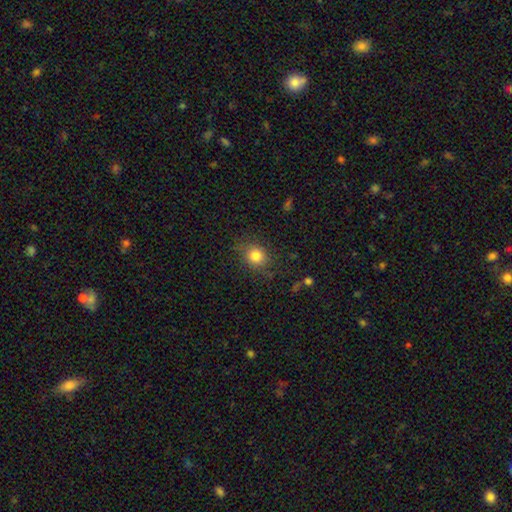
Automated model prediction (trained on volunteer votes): Overall: smooth (81%). How rounded: round (75%). Merging: none (81%).